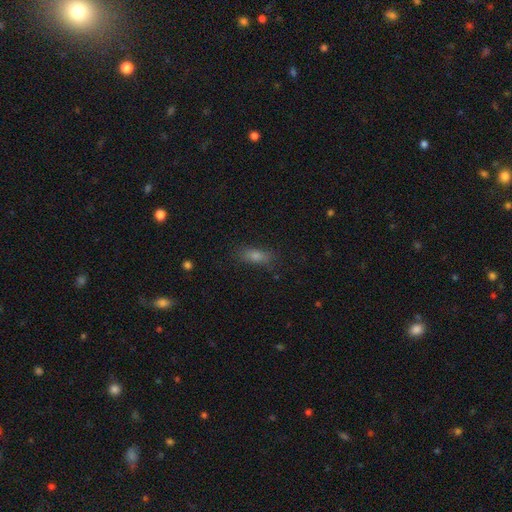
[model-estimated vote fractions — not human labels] Q: Smooth or featured?
A: smooth (69%); runner-up: star or artifact (17%)
Q: How rounded?
A: in between (60%); runner-up: cigar-shaped (34%)
Q: Merging?
A: none (81%); runner-up: minor disturbance (13%)